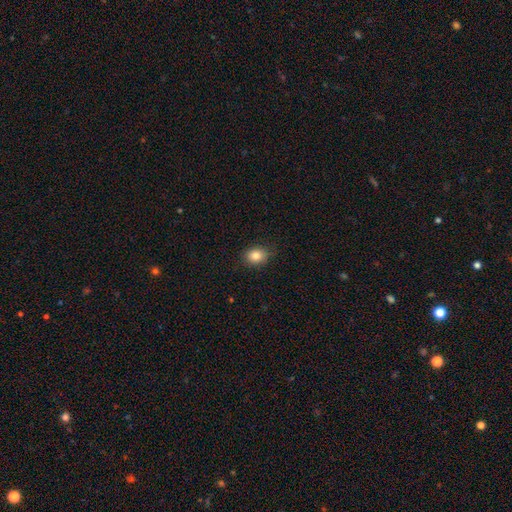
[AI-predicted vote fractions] Smooth or featured? Predicted: smooth (p=0.84). How rounded? Predicted: in between (p=0.53). Merging? Predicted: none (p=0.85).